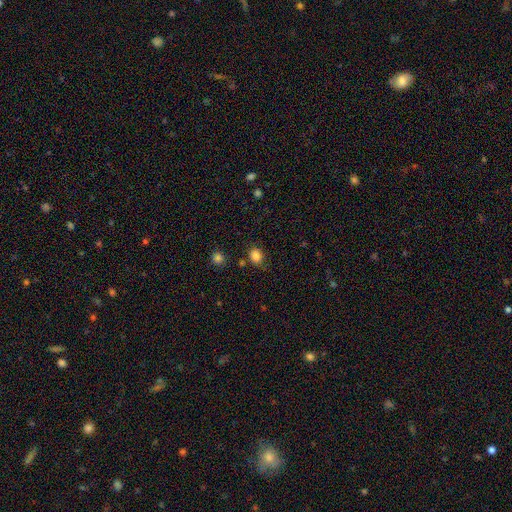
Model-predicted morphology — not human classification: This appears to be a smooth galaxy with no disk features (84%) that is round (56%). Merging: none (73%).